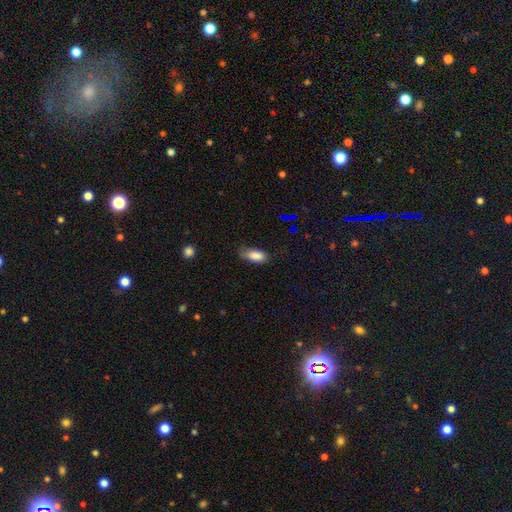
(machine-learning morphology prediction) Smooth or featured: smooth — 85% (star or artifact — 8%)
How rounded: in between — 84% (cigar-shaped — 13%)
Merging: none — 65% (minor disturbance — 28%)